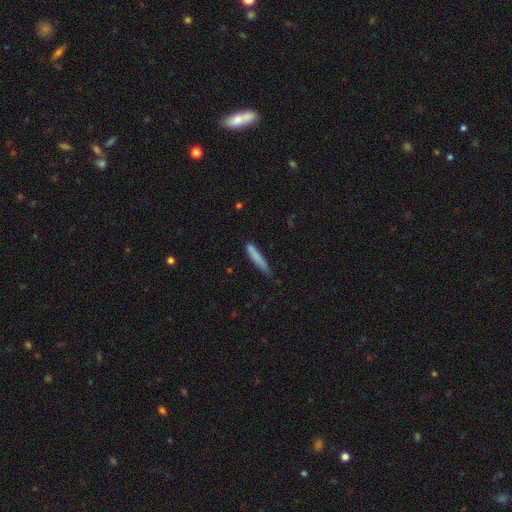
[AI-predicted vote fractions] Smooth or featured?
  - smooth: 81% *
  - featured or disk: 13%
  - star or artifact: 7%
How rounded?
  - cigar-shaped: 92% *
  - in between: 6%
  - round: 1%
Merging?
  - none: 68% *
  - minor disturbance: 26%
  - major disturbance: 4%
  - merger: 2%